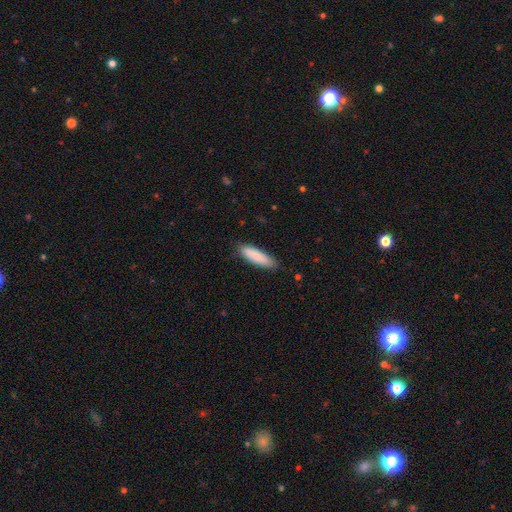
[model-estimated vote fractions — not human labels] smooth-or-featured: smooth: 87% | featured or disk: 7% | star or artifact: 6%
  how-rounded: cigar-shaped: 62% | in between: 37% | round: 1%
  merging: none: 85% | minor disturbance: 12% | major disturbance: 2% | merger: 1%